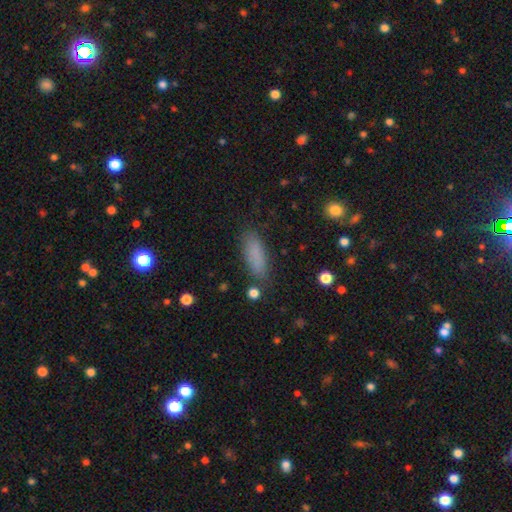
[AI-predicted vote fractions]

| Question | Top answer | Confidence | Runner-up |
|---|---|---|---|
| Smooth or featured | smooth | 85% | star or artifact (9%) |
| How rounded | in between | 58% | cigar-shaped (40%) |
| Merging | none | 84% | minor disturbance (11%) |